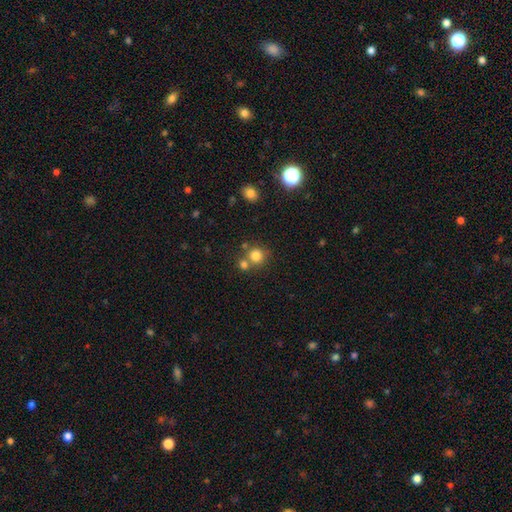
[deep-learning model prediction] A smooth galaxy with no disk features (79%) that is round (90%). Merging: none (61%).